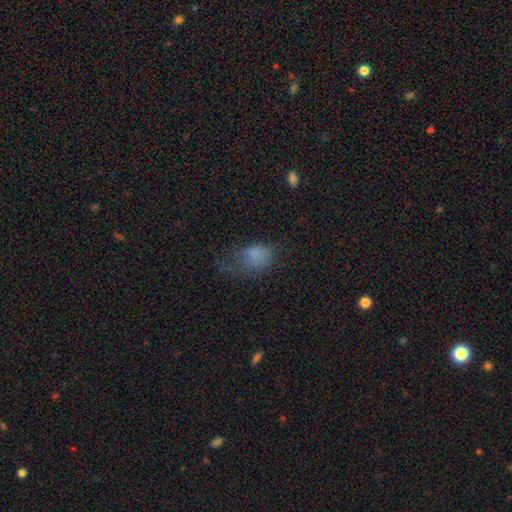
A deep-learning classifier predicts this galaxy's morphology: Smooth or featured: smooth — 72% (featured or disk — 15%)
How rounded: in between — 76% (round — 22%)
Merging: major disturbance — 42% (none — 28%)